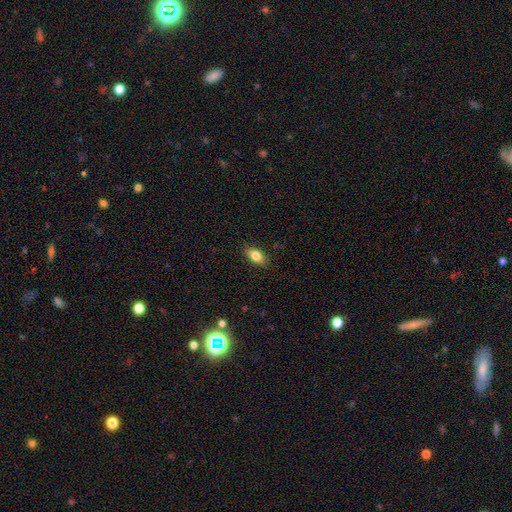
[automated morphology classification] Smooth or featured: smooth — 82% (featured or disk — 10%)
How rounded: in between — 88% (round — 6%)
Merging: none — 87% (minor disturbance — 10%)